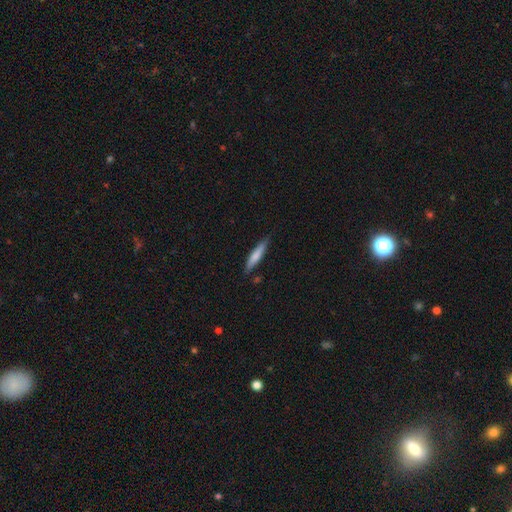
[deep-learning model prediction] Smooth or featured? Predicted: smooth (p=0.68). How rounded? Predicted: cigar-shaped (p=0.88). Merging? Predicted: none (p=0.82).